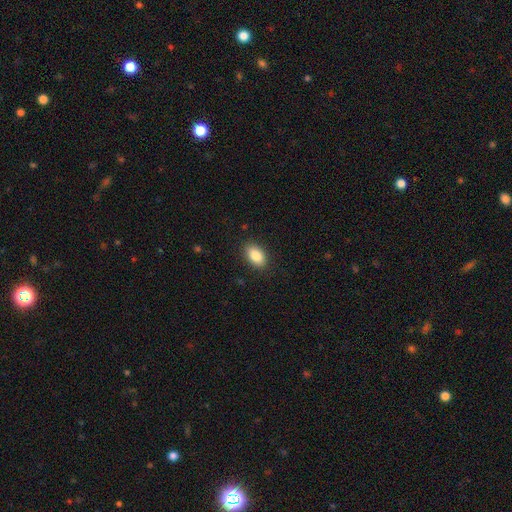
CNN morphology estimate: The model was most divided on "merging": none: 88%, minor disturbance: 9%, major disturbance: 2%, merger: 1%. More confident: how rounded — in between (91%); smooth or featured — smooth (87%).